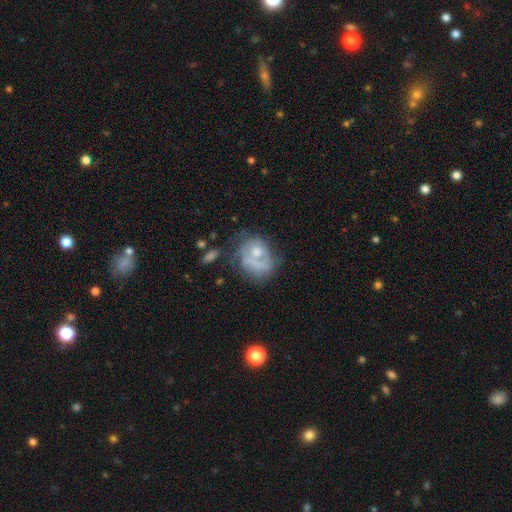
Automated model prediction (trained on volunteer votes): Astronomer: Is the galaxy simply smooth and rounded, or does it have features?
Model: featured or disk — 47% (runner-up: smooth, 43%).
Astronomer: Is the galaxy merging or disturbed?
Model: none — 36% (runner-up: major disturbance, 27%).